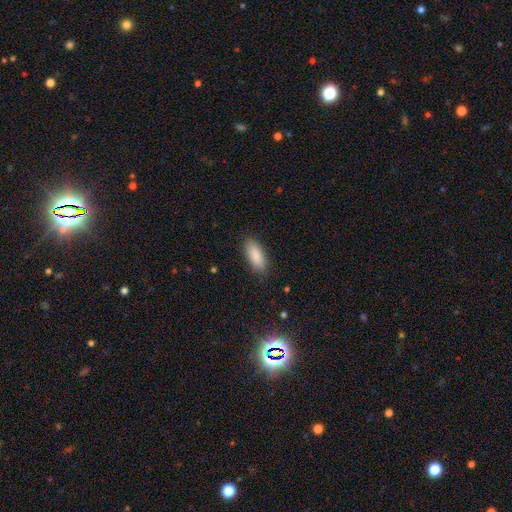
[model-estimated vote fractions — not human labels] The model was most divided on "how rounded": in between: 82%, cigar-shaped: 17%, round: 2%. More confident: smooth or featured — smooth (89%); merging — none (86%).